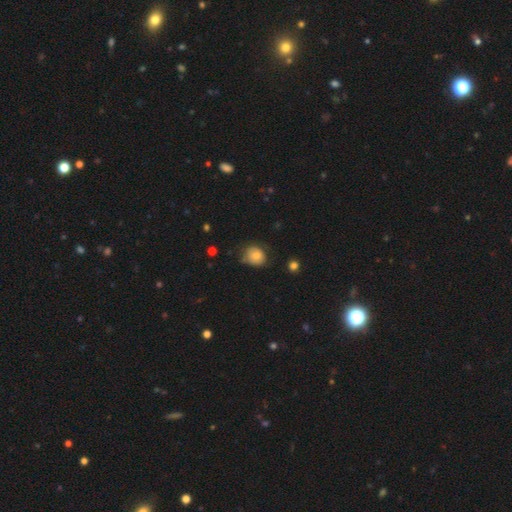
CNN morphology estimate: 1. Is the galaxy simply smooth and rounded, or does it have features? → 77% smooth, 13% featured or disk, 9% star or artifact.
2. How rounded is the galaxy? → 67% round, 33% in between, 1% cigar-shaped.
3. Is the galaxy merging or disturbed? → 58% none, 31% minor disturbance, 8% major disturbance, 2% merger.